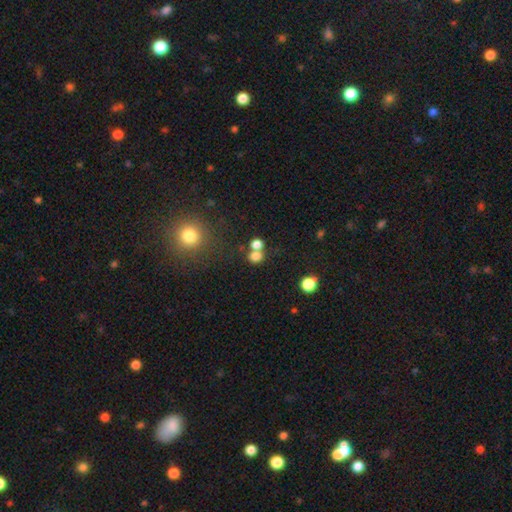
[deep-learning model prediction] This appears to be a smooth galaxy with no disk features (76%) that is round (72%). Merging: merger (44%, tied with none).